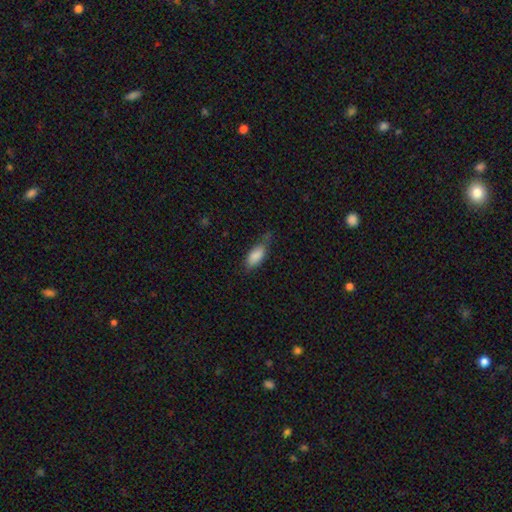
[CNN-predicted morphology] This appears to be a smooth galaxy with no disk features (85%) that is in between round and cigar-shaped (84%). Merging: none (49%).